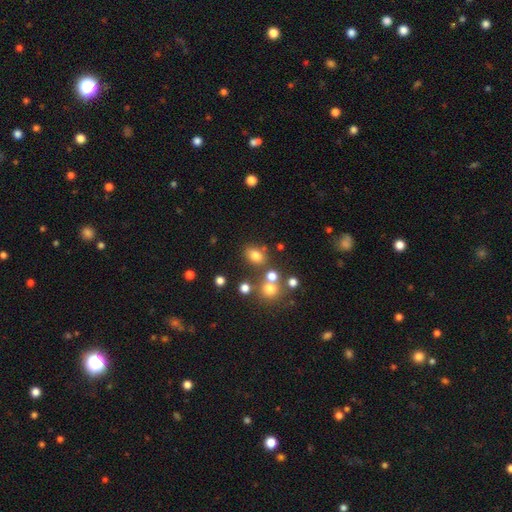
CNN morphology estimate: A smooth galaxy with no disk features (74%) that is in between round and cigar-shaped (59%).

Vote fractions:
- Smooth or featured? smooth: 74% / star or artifact: 17% / featured or disk: 9%
- How rounded? in between: 59% / round: 39% / cigar-shaped: 1%
- Merging? none: 71% / merger: 13% / minor disturbance: 12% / major disturbance: 5%